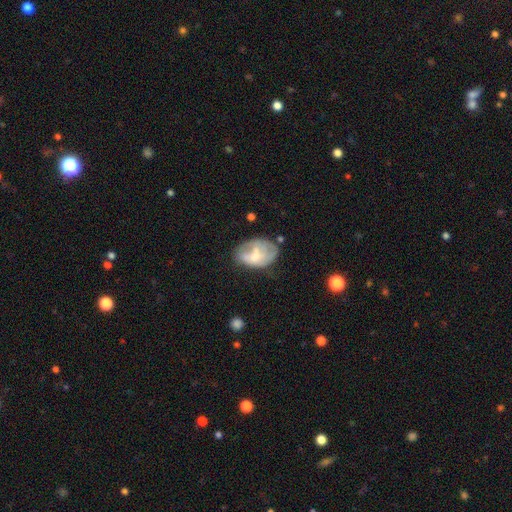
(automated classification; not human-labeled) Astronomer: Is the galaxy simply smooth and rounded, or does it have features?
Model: smooth — 48% (runner-up: featured or disk, 45%).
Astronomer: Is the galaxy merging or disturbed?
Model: none — 42% (runner-up: minor disturbance, 30%).